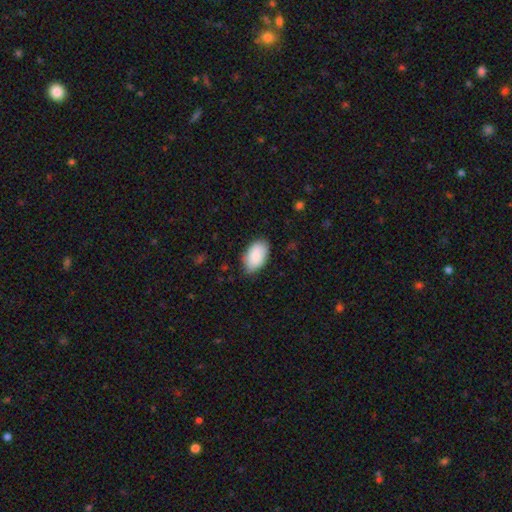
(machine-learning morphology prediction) smooth 88%, star or artifact 6%, featured or disk 6%. Down the decision tree: how rounded — in between (94%); merging — none (80%).